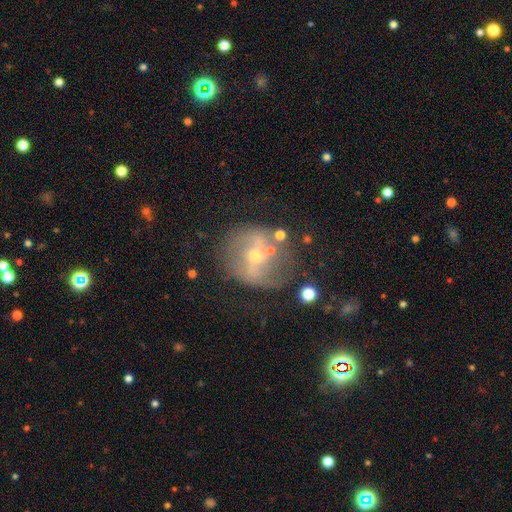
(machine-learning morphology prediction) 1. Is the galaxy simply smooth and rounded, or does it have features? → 74% featured or disk, 16% smooth, 10% star or artifact.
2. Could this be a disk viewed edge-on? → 95% no, 5% yes.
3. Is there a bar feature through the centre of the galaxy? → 38% strong, 33% weak, 30% no.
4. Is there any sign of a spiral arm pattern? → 74% yes, 26% no.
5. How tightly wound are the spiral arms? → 42% medium, 39% loose, 19% tight.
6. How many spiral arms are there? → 81% 2, 12% can't tell, 3% 1, 2% 3, 1% 4, 1% more than 4.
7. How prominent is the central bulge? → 70% small, 27% moderate, 1% none, 1% large, 1% dominant.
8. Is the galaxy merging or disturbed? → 64% none, 19% minor disturbance, 12% major disturbance, 5% merger.